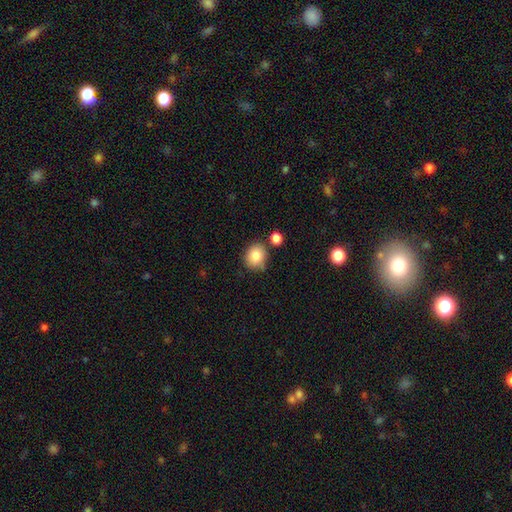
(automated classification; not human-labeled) smooth-or-featured: smooth: 83% | star or artifact: 9% | featured or disk: 7%
  how-rounded: round: 74% | in between: 25% | cigar-shaped: 1%
  merging: none: 72% | minor disturbance: 15% | merger: 10% | major disturbance: 3%